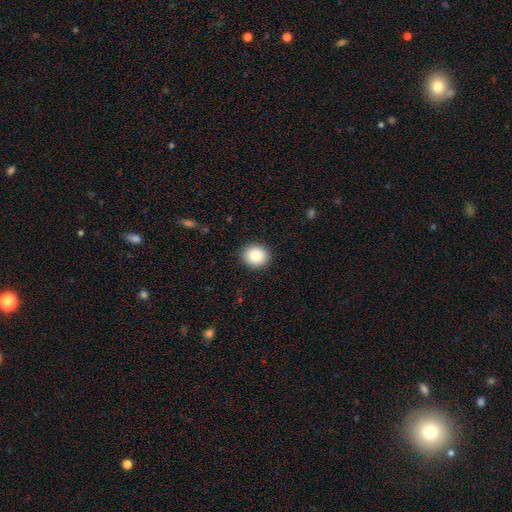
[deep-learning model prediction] smooth-or-featured: smooth: 87% | star or artifact: 8% | featured or disk: 5%
  how-rounded: round: 74% | in between: 25% | cigar-shaped: 1%
  merging: none: 90% | minor disturbance: 7% | major disturbance: 2% | merger: 1%